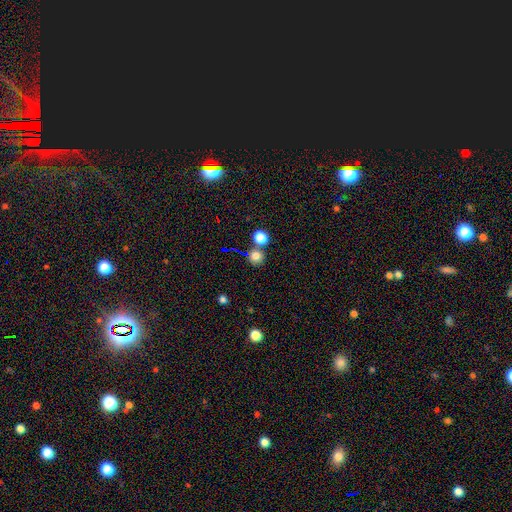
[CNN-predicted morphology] type=smooth (78%); roundness=round (89%); merging=none (66%).